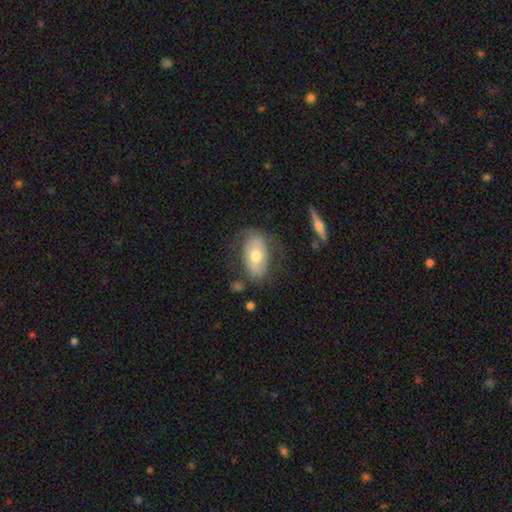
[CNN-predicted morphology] The model was most divided on "smooth or featured": smooth: 51%, featured or disk: 42%, star or artifact: 7%. More confident: how rounded — in between (89%); merging — none (63%).